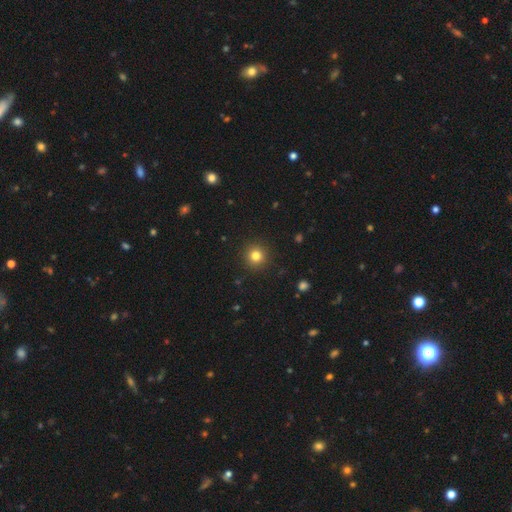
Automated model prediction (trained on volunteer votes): A smooth galaxy with no disk features (81%) that is round (95%).

Vote fractions:
- Smooth or featured? smooth: 81% / star or artifact: 13% / featured or disk: 6%
- How rounded? round: 95% / in between: 4% / cigar-shaped: 1%
- Merging? none: 92% / minor disturbance: 5% / major disturbance: 2% / merger: 1%